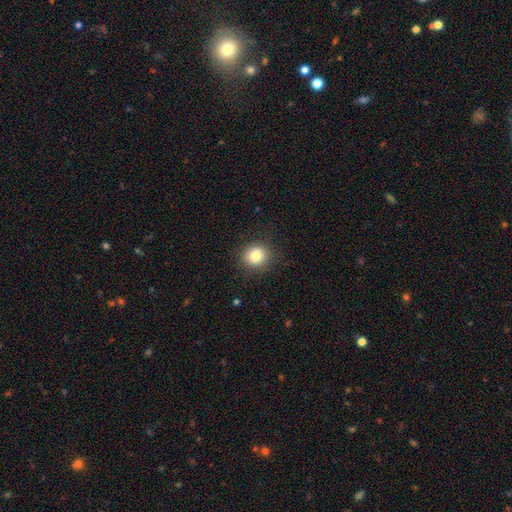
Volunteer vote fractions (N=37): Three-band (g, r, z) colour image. It shows a smooth galaxy with no disk features (84%) that is round (90%). Merging: none (97%).